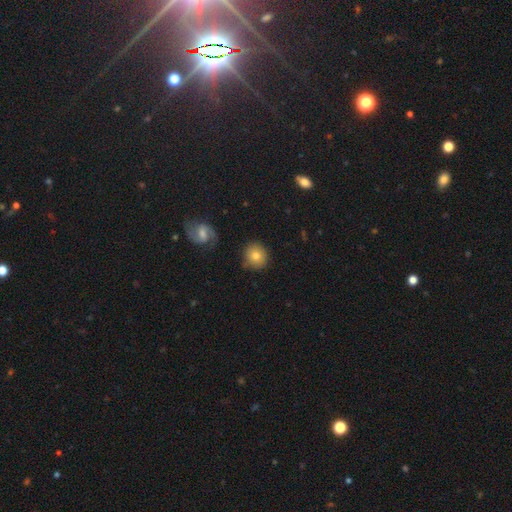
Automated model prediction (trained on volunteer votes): Smooth or featured? smooth (76%)
How rounded? round (90%)
Merging? none (85%)